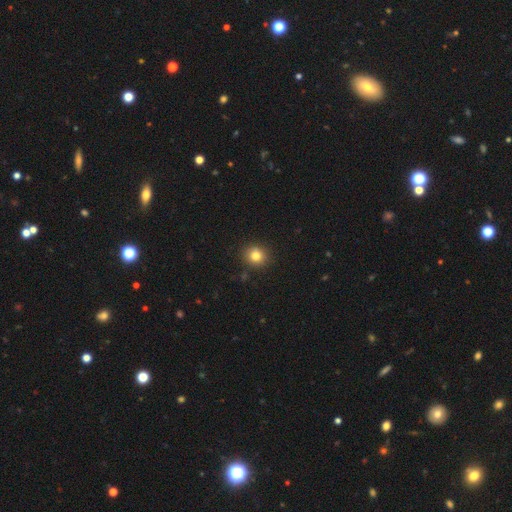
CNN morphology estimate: A smooth galaxy with no disk features (82%) that is round (85%). Merging: none (89%).